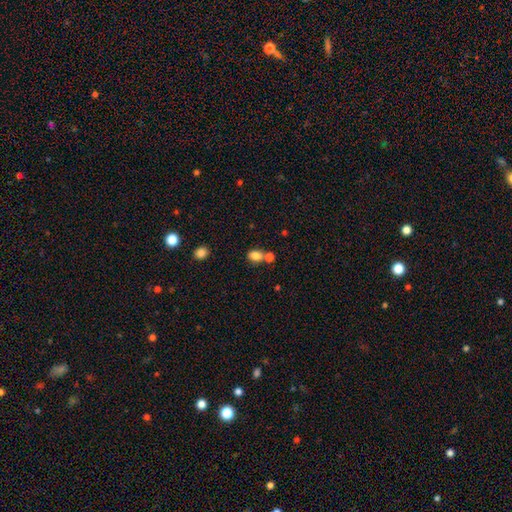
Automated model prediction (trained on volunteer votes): Overall: smooth (83%). How rounded: in between (63%; round 35%). Merging: none (54%; merger 32%).